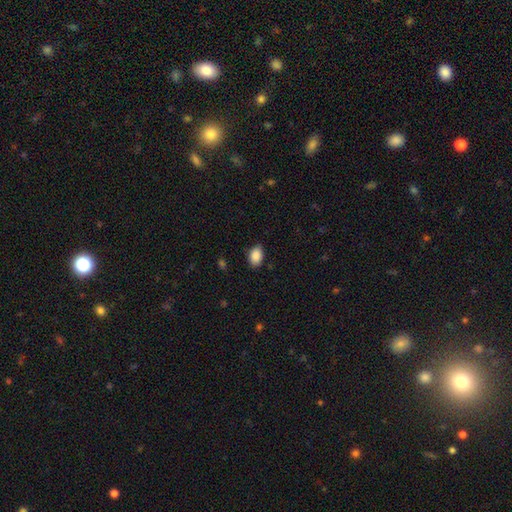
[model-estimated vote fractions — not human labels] smooth_or_featured: smooth (p=0.89) [alt: star or artifact p=0.07]
how_rounded: in between (p=0.88) [alt: round p=0.11]
merging: none (p=0.80) [alt: minor disturbance p=0.16]